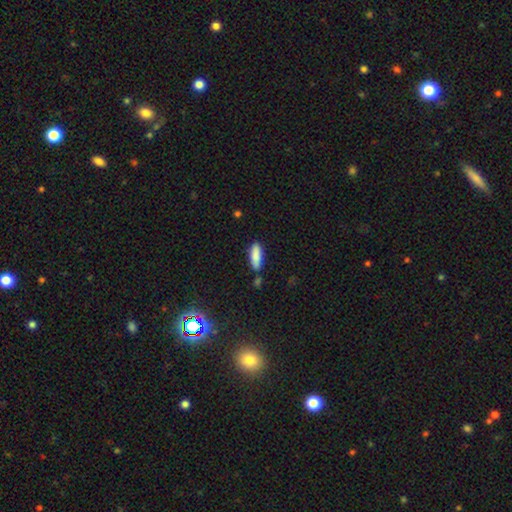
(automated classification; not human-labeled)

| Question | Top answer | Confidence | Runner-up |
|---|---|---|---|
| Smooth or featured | smooth | 86% | featured or disk (8%) |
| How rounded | in between | 57% | cigar-shaped (41%) |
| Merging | none | 72% | minor disturbance (17%) |